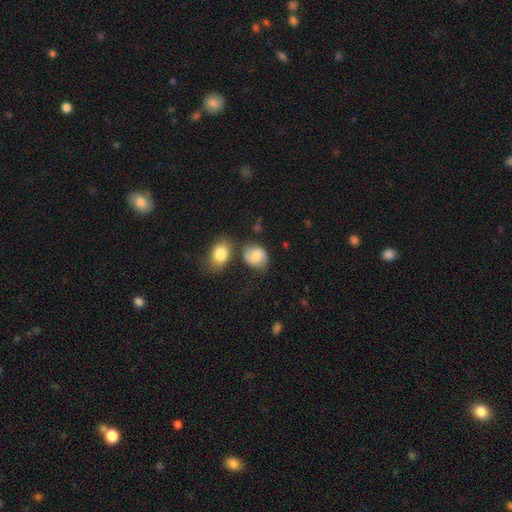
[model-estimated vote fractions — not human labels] The model was most divided on "how rounded": in between: 50%, round: 49%, cigar-shaped: 1%. More confident: merging — none (65%); smooth or featured — smooth (57%).